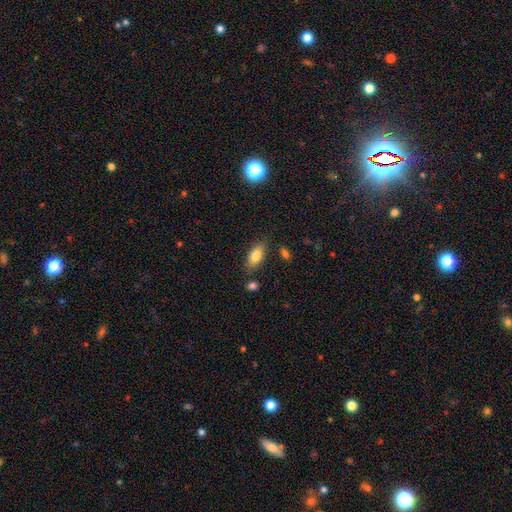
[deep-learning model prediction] Q: Smooth or featured?
A: smooth (81%); runner-up: featured or disk (11%)
Q: How rounded?
A: in between (85%); runner-up: cigar-shaped (12%)
Q: Merging?
A: none (80%); runner-up: minor disturbance (13%)